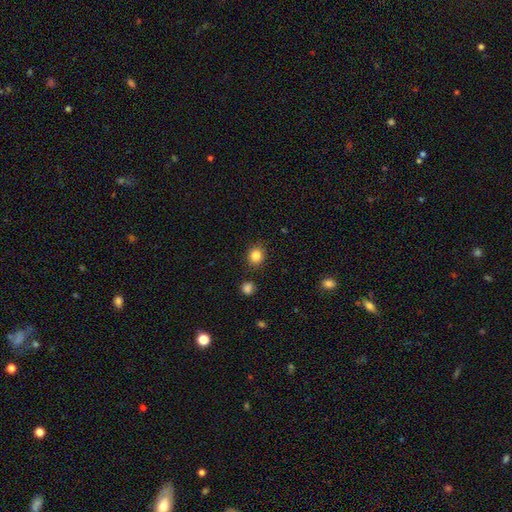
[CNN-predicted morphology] Overall: smooth (84%). How rounded: round (78%). Merging: none (87%).